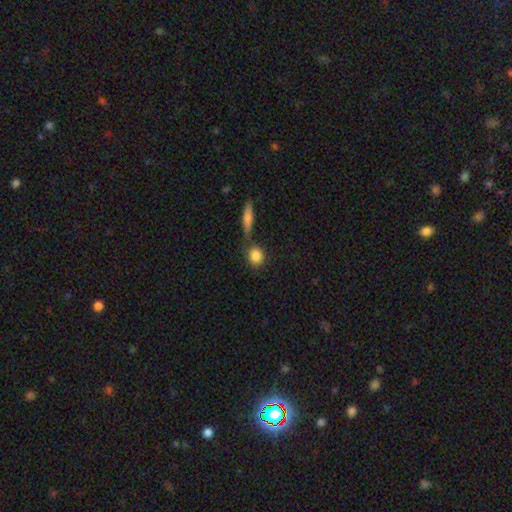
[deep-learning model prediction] Smooth or featured? Predicted: smooth (p=0.85). How rounded? Predicted: round (p=0.69). Merging? Predicted: none (p=0.70).